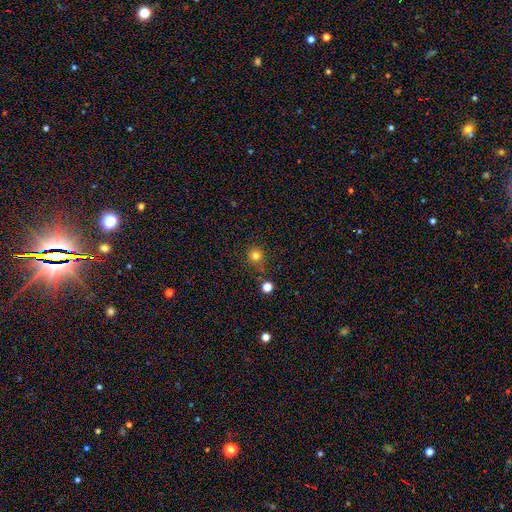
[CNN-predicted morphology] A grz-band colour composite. It shows a smooth galaxy with no disk features (80%) that is round (93%). Merging: none (83%).